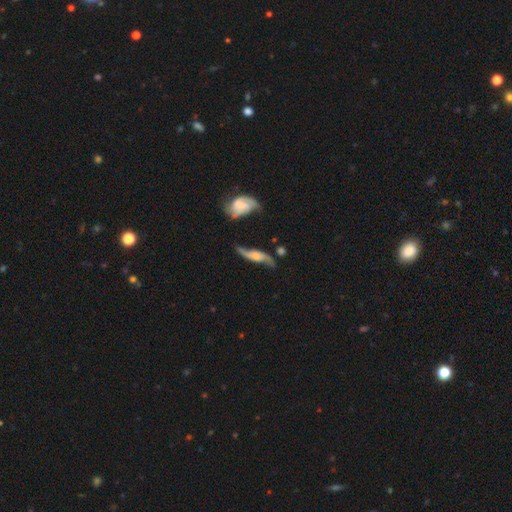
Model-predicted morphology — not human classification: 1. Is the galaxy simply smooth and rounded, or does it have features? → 81% featured or disk, 14% smooth, 6% star or artifact.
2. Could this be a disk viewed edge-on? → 78% no, 22% yes.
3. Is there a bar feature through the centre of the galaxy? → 54% no, 33% weak, 12% strong.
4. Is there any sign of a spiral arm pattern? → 94% yes, 6% no.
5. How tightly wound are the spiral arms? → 80% loose, 15% medium, 5% tight.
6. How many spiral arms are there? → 92% 2, 3% can't tell, 2% 1, 1% 3, 1% 4, 1% more than 4.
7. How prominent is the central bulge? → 30% none (tied), 30% small (tied), 25% moderate, 12% large, 3% dominant.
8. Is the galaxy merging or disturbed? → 63% none, 20% minor disturbance, 9% major disturbance, 7% merger.